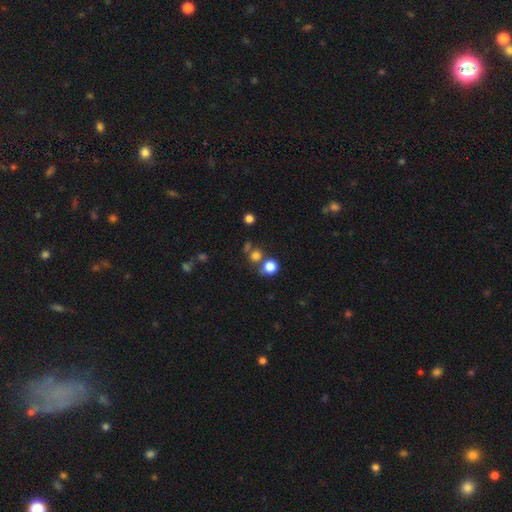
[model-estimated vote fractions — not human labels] smooth_or_featured: smooth (p=0.75) [alt: star or artifact p=0.18]
how_rounded: round (p=0.85) [alt: in between p=0.14]
merging: none (p=0.63) [alt: merger p=0.24]